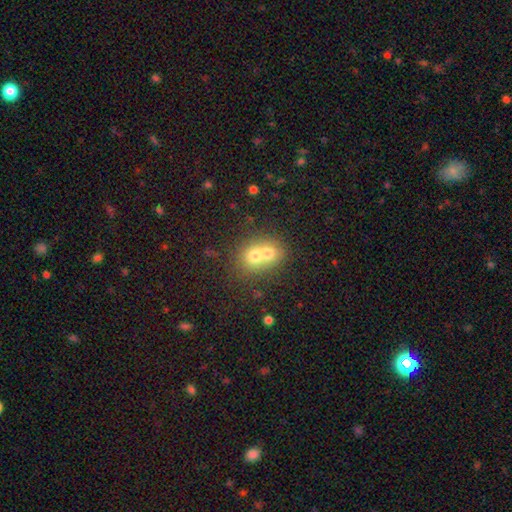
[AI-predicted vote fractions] Overall: smooth (68%). How rounded: round (69%; in between 30%). Merging: merger (71%).